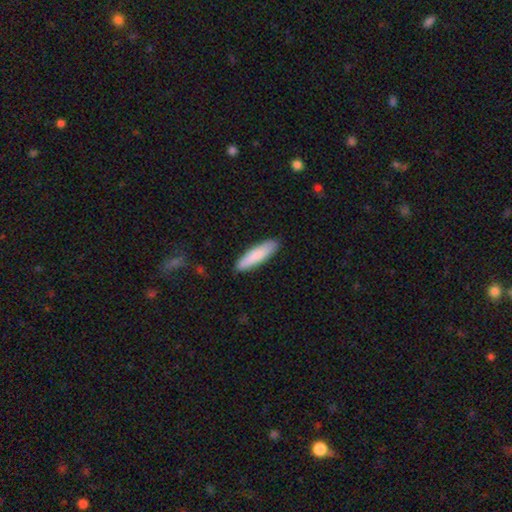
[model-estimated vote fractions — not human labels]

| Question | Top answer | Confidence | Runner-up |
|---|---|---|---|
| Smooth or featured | smooth | 84% | featured or disk (11%) |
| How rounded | cigar-shaped | 74% | in between (25%) |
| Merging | none | 89% | minor disturbance (8%) |